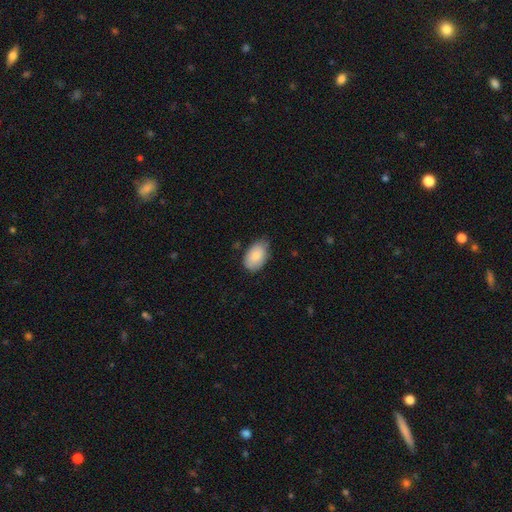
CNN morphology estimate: type=smooth (81%); roundness=in between (90%); merging=none (66%).